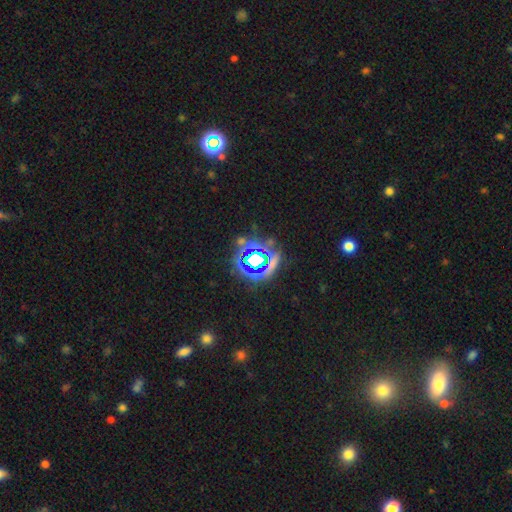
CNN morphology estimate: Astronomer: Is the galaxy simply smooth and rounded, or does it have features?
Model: star or artifact — 77%.